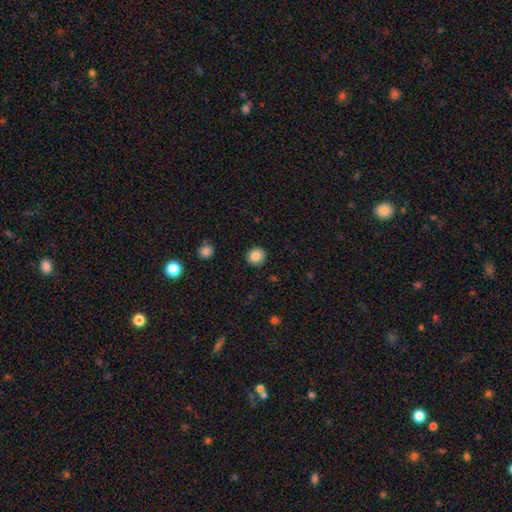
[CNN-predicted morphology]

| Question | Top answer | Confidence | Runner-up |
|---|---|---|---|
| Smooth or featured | smooth | 86% | star or artifact (9%) |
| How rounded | round | 90% | in between (9%) |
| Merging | none | 91% | minor disturbance (6%) |